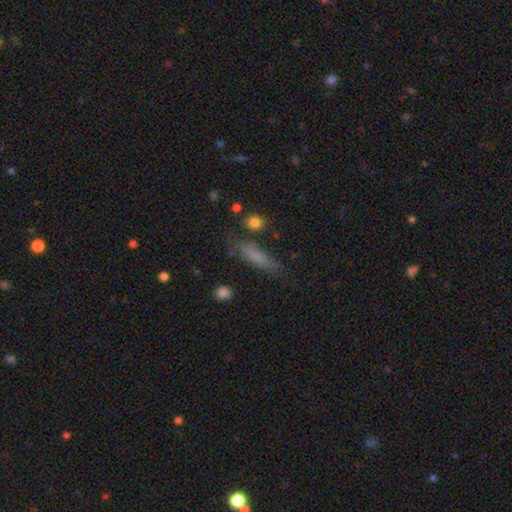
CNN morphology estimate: This is likely a smooth galaxy (70%). How rounded: likely cigar-shaped (74%). Merging: likely none (69%).